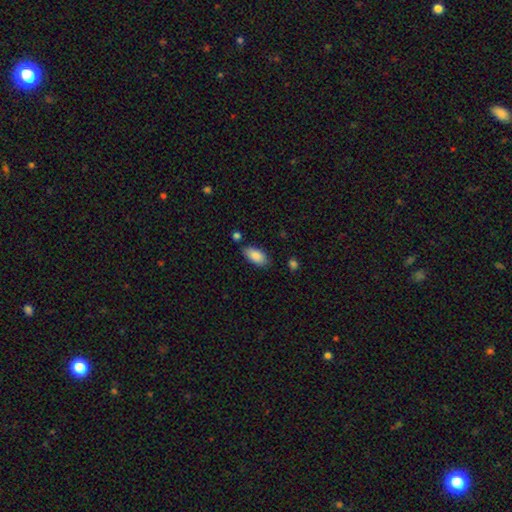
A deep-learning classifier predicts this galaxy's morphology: smooth 88%, star or artifact 7%, featured or disk 5%. Down the decision tree: how rounded — in between (92%); merging — none (79%).